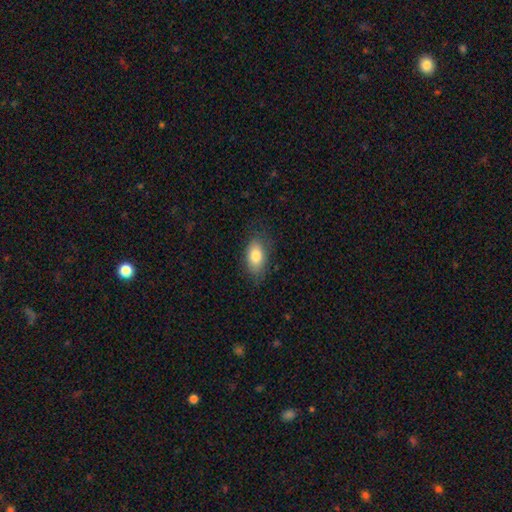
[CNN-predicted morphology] This appears to be a smooth galaxy with no disk features (80%) that is in between round and cigar-shaped (90%). Merging: none (78%).